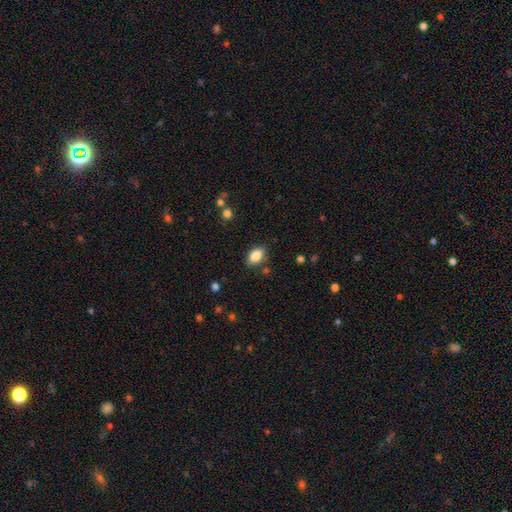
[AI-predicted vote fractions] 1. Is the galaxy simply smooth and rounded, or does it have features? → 85% smooth, 8% star or artifact, 7% featured or disk.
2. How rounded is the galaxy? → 89% in between, 8% round, 2% cigar-shaped.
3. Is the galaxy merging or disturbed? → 83% none, 12% minor disturbance, 3% major disturbance, 2% merger.